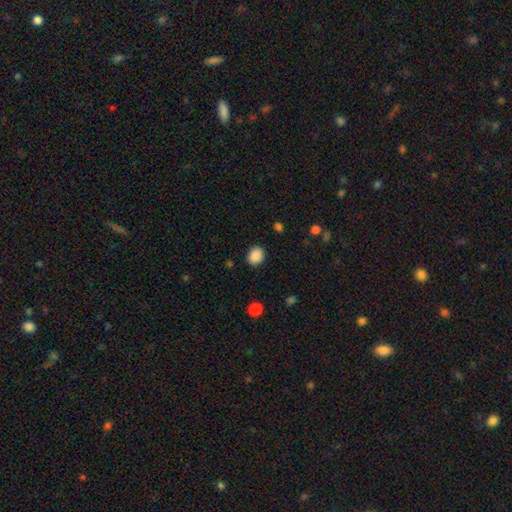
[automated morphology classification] Smooth or featured?
  - smooth: 88% *
  - star or artifact: 9%
  - featured or disk: 3%
How rounded?
  - round: 60% *
  - in between: 40%
  - cigar-shaped: 1%
Merging?
  - none: 88% *
  - minor disturbance: 8%
  - major disturbance: 3%
  - merger: 1%